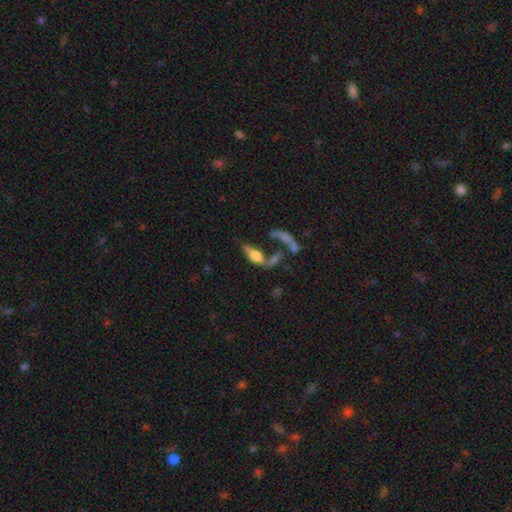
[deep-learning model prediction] smooth 50%, featured or disk 39%, star or artifact 11%. Down the decision tree: merging — merger (37%).